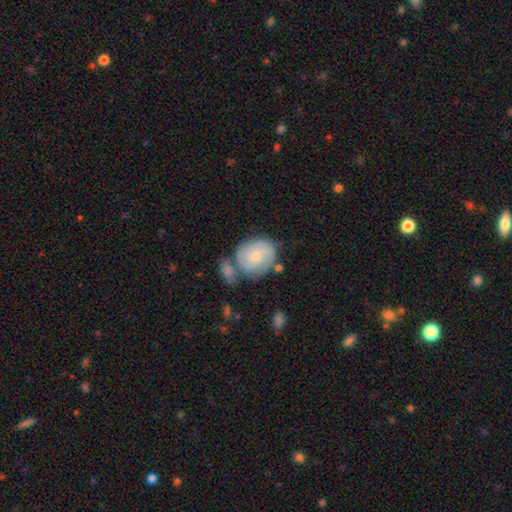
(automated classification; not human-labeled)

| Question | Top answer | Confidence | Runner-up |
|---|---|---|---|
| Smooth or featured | featured or disk | 71% | smooth (24%) |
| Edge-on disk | no | 98% | yes (2%) |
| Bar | no | 70% | weak (26%) |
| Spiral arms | yes | 91% | no (9%) |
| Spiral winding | tight | 70% | medium (24%) |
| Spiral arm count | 2 | 41% | can't tell (28%) |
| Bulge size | small | 63% | moderate (33%) |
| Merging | none | 53% | merger (20%) |